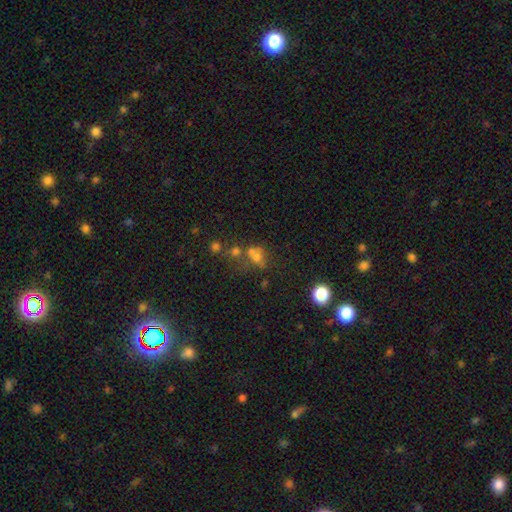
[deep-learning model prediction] This appears to be a smooth galaxy with no disk features (55%) that is round (62%). Merging: merger (45%).